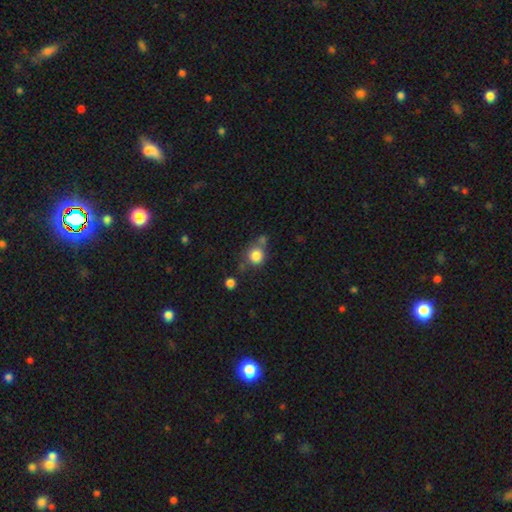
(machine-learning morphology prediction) Smooth or featured? Predicted: smooth (p=0.82). How rounded? Predicted: round (p=0.87). Merging? Predicted: none (p=0.59).